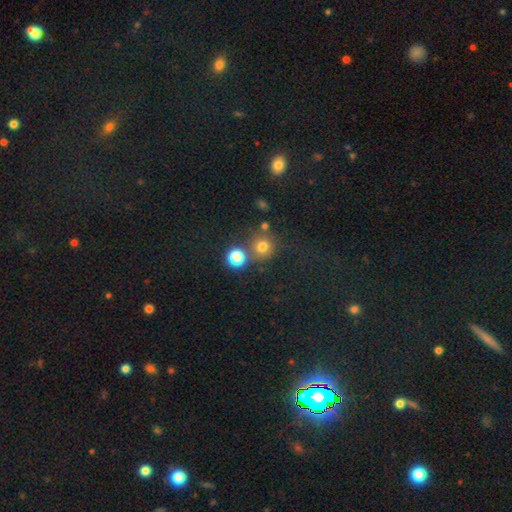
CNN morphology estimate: A star or artifact, not a galaxy (58%).

Vote fractions:
- Smooth or featured? star or artifact: 58% / smooth: 34% / featured or disk: 9%